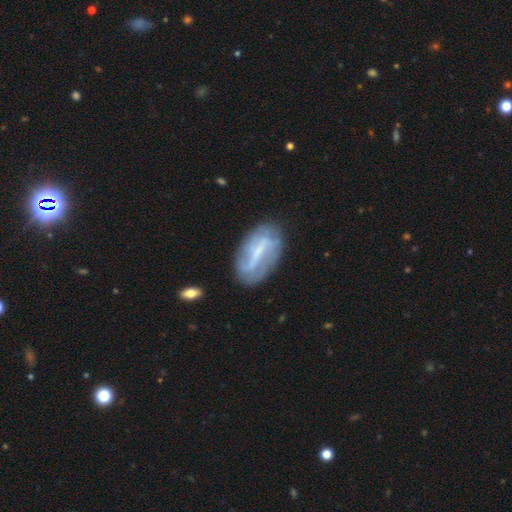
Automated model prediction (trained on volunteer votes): featured or disk 67%, smooth 24%, star or artifact 9%. Down the decision tree: edge-on disk — no (92%); bar — strong (48%); spiral arms — yes (75%); bulge size — small (45%); merging — none (71%).